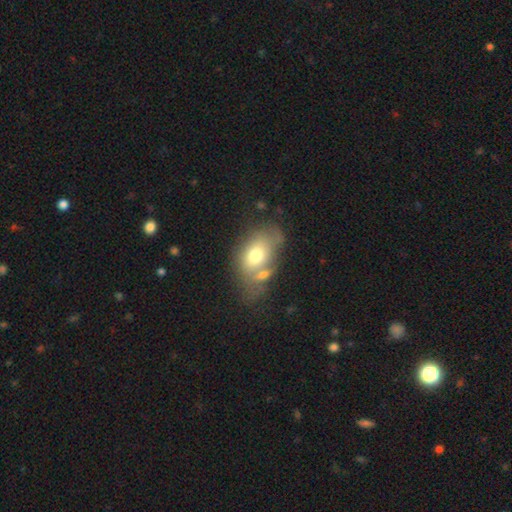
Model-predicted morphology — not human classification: Smooth or featured?
  - smooth: 67% *
  - featured or disk: 24%
  - star or artifact: 8%
How rounded?
  - in between: 83% *
  - round: 15%
  - cigar-shaped: 2%
Merging?
  - none: 36% *
  - merger: 33%
  - minor disturbance: 20%
  - major disturbance: 11%